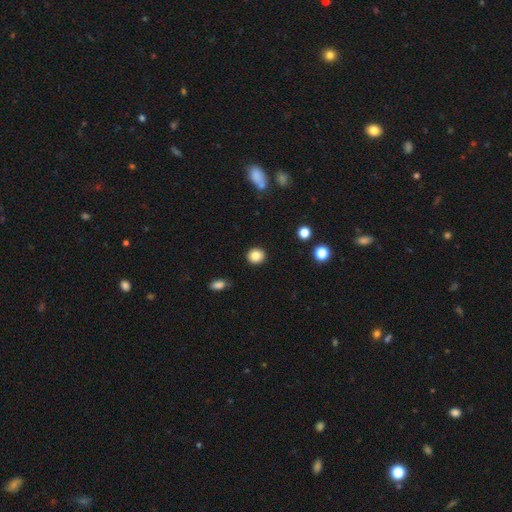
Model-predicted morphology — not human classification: Smooth or featured: smooth — 87% (star or artifact — 10%)
How rounded: round — 85% (in between — 14%)
Merging: none — 91% (minor disturbance — 6%)